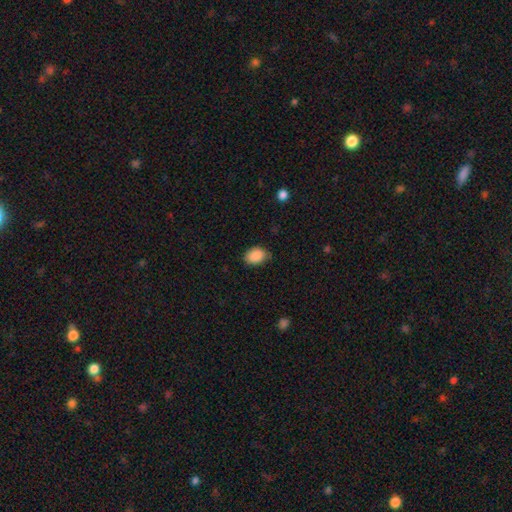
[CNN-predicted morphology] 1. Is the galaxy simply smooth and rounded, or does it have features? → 89% smooth, 8% star or artifact, 3% featured or disk.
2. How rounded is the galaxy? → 74% in between, 25% round, 1% cigar-shaped.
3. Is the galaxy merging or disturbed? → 77% none, 19% minor disturbance, 3% major disturbance, 1% merger.